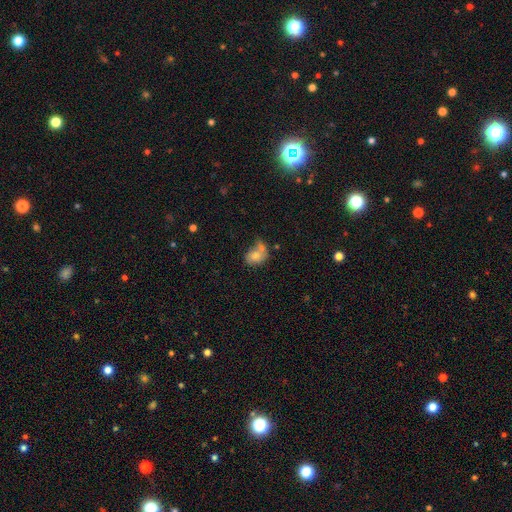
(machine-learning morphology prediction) This is likely a smooth galaxy (71%). How rounded: likely in between (65%). Merging: marginally merger (43%).